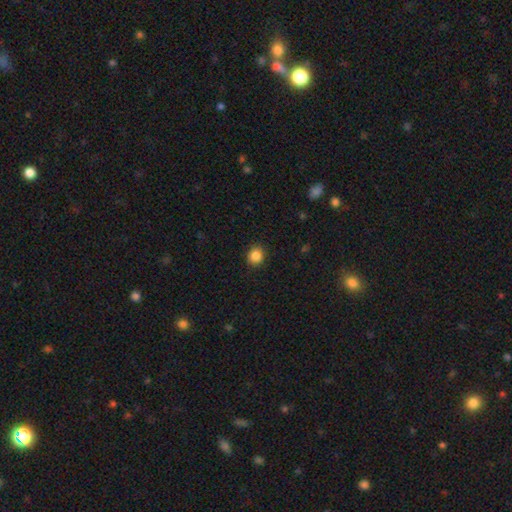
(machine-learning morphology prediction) smooth-or-featured: smooth: 86% | star or artifact: 10% | featured or disk: 4%
  how-rounded: round: 84% | in between: 15% | cigar-shaped: 1%
  merging: none: 89% | minor disturbance: 7% | major disturbance: 2% | merger: 1%